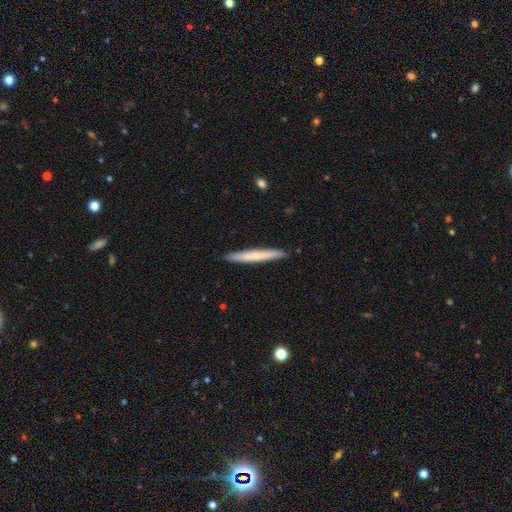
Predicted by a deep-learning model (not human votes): Smooth or featured?
  - smooth: 61% *
  - featured or disk: 34%
  - star or artifact: 5%
How rounded?
  - cigar-shaped: 97% *
  - in between: 2%
  - round: 1%
Merging?
  - none: 91% *
  - minor disturbance: 6%
  - major disturbance: 1%
  - merger: 1%